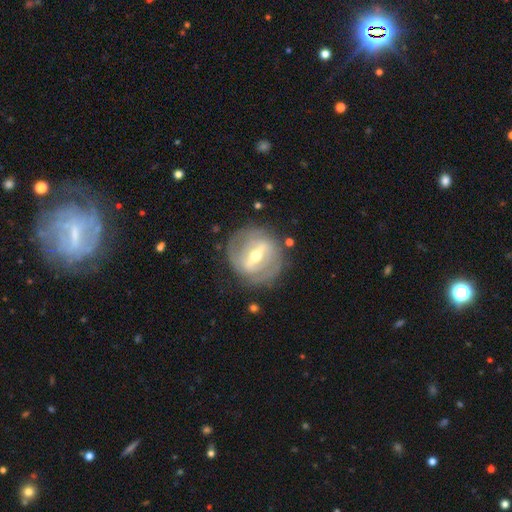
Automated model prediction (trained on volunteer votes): This is clearly a featured or disk galaxy (82%). It is clearly not viewed edge-on (90%). Bar: likely strong (69%). Spiral arm pattern: likely yes (68%). Spiral arm count: possibly 2 (53%). Spiral winding: likely tight (62%). Central bulge: likely moderate (63%). Merging: likely none (78%).